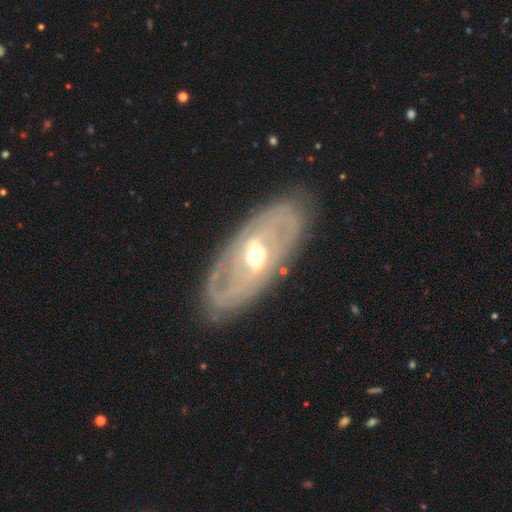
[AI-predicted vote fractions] A featured or disk galaxy (81%) with a weak bar (44%), 2 (46%) tight (60%) spiral arms (75%) and a moderate central bulge (70%). Merging: none (82%).